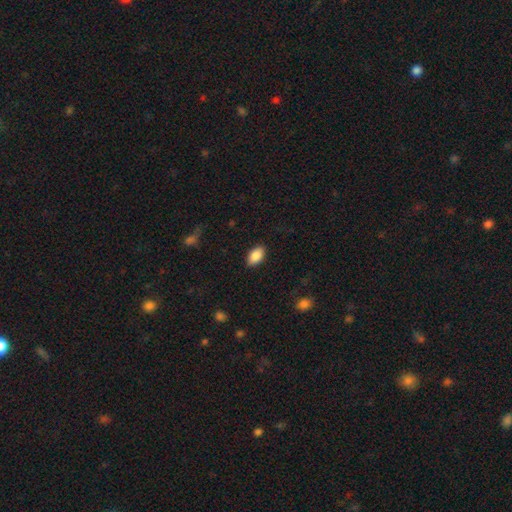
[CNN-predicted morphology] This appears to be a smooth galaxy with no disk features (88%) that is in between round and cigar-shaped (93%). Merging: none (87%).